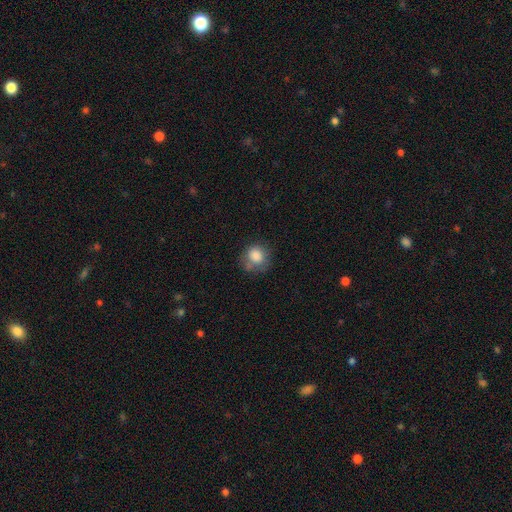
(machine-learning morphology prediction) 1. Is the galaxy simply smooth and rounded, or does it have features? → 83% smooth, 9% star or artifact, 8% featured or disk.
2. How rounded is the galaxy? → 80% round, 19% in between, 1% cigar-shaped.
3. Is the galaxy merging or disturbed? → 59% none, 24% minor disturbance, 10% major disturbance, 7% merger.